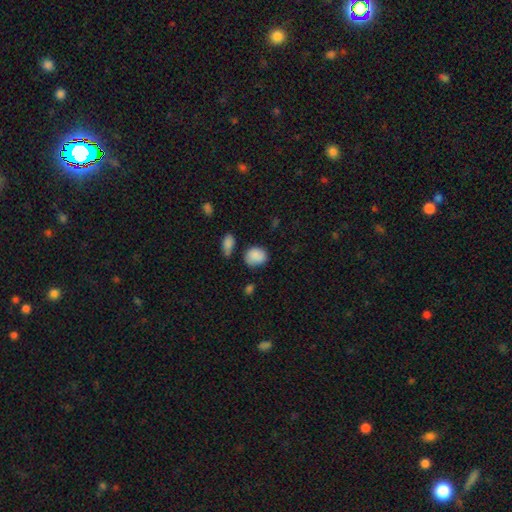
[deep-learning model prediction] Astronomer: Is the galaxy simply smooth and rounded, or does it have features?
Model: smooth — 87%.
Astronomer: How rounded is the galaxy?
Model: round — 58% (runner-up: in between, 41%).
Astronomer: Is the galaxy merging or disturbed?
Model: none — 66%.